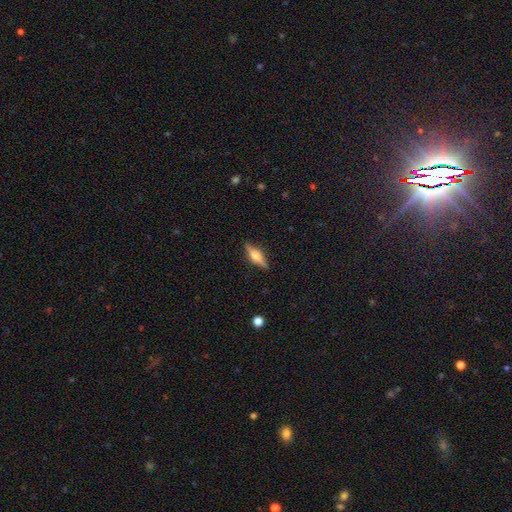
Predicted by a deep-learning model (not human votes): Q: Smooth or featured?
A: featured or disk (63%); runner-up: smooth (30%)
Q: Edge-on disk?
A: yes (96%); runner-up: no (4%)
Q: Edge-on bulge?
A: rounded (89%); runner-up: boxy (9%)
Q: Merging?
A: none (88%); runner-up: minor disturbance (9%)